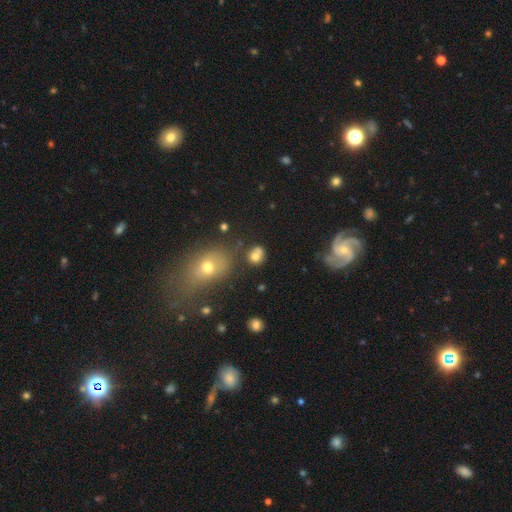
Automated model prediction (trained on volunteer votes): smooth_or_featured: smooth (p=0.74) [alt: star or artifact p=0.14]
how_rounded: round (p=0.75) [alt: in between p=0.24]
merging: none (p=0.50) [alt: merger p=0.30]